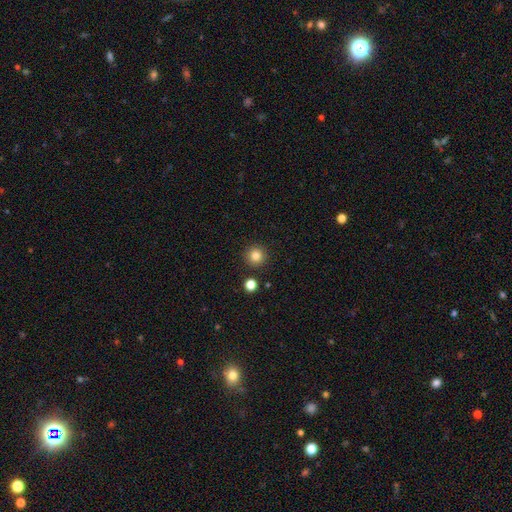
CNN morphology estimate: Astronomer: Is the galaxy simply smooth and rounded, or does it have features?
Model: smooth — 84%.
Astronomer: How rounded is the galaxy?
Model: round — 95%.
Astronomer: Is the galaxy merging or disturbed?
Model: none — 90%.